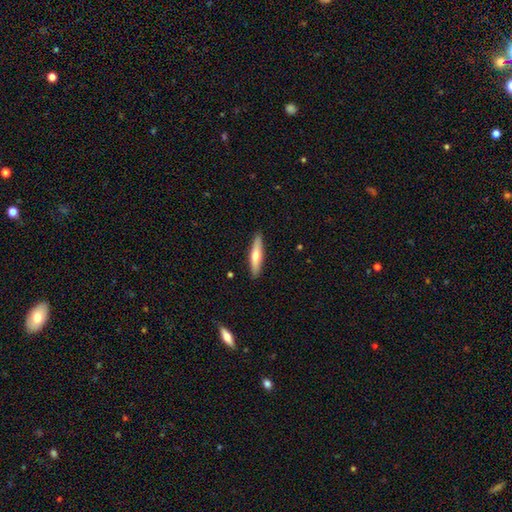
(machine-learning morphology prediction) A smooth galaxy with no disk features (56%) that is cigar-shaped (82%).

Vote fractions:
- Smooth or featured? smooth: 56% / featured or disk: 38% / star or artifact: 5%
- How rounded? cigar-shaped: 82% / in between: 16% / round: 2%
- Merging? none: 90% / minor disturbance: 8% / major disturbance: 2% / merger: 1%